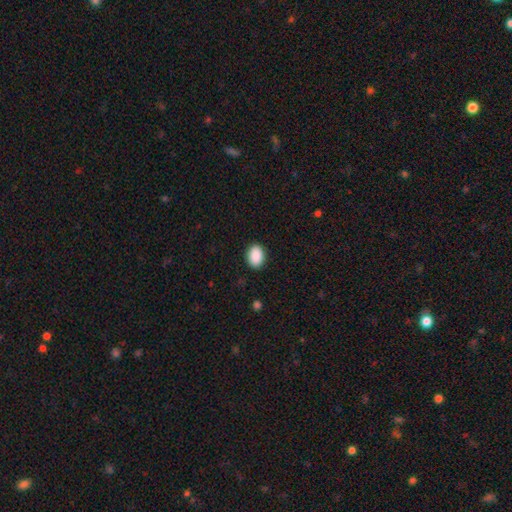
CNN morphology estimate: smooth_or_featured: smooth (p=0.90) [alt: star or artifact p=0.07]
how_rounded: in between (p=0.80) [alt: round p=0.19]
merging: none (p=0.89) [alt: minor disturbance p=0.08]